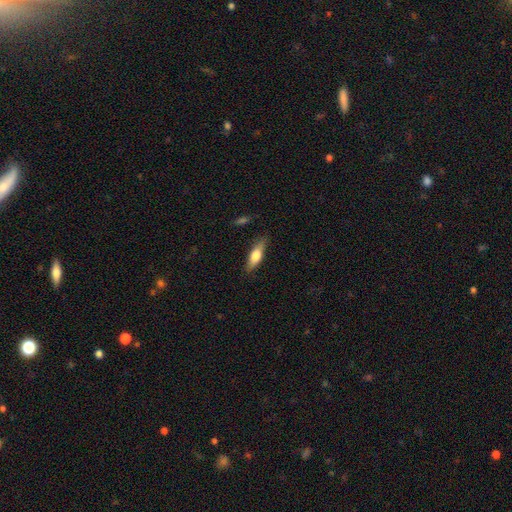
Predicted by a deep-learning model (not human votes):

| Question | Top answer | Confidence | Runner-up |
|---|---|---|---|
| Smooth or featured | smooth | 65% | featured or disk (29%) |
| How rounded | cigar-shaped | 50% | in between (48%) |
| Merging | none | 81% | minor disturbance (15%) |